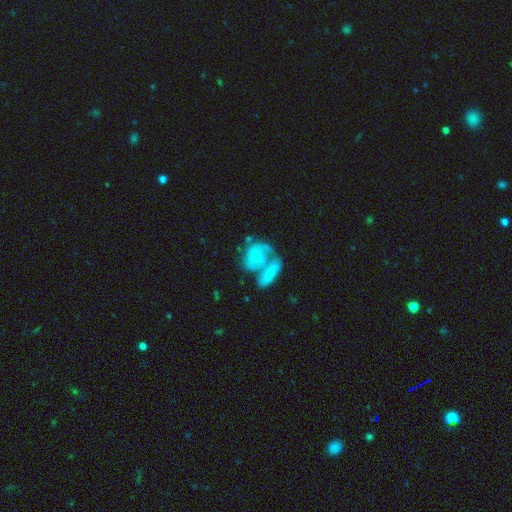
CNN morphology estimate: smooth_or_featured: smooth (p=0.46) [alt: featured or disk p=0.45]
merging: merger (p=0.51) [alt: none p=0.21]